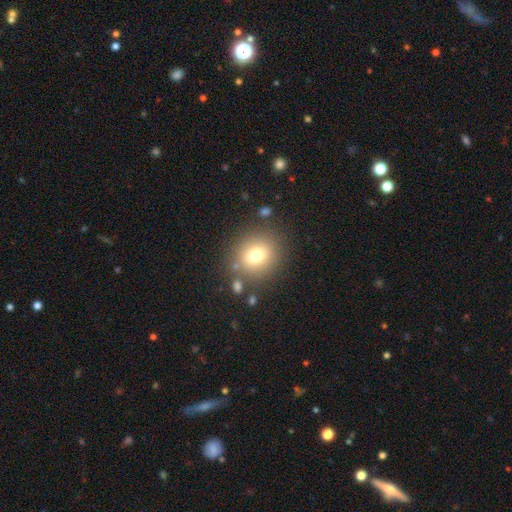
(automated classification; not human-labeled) smooth_or_featured: smooth (p=0.74) [alt: star or artifact p=0.13]
how_rounded: round (p=0.84) [alt: in between p=0.15]
merging: none (p=0.80) [alt: minor disturbance p=0.10]